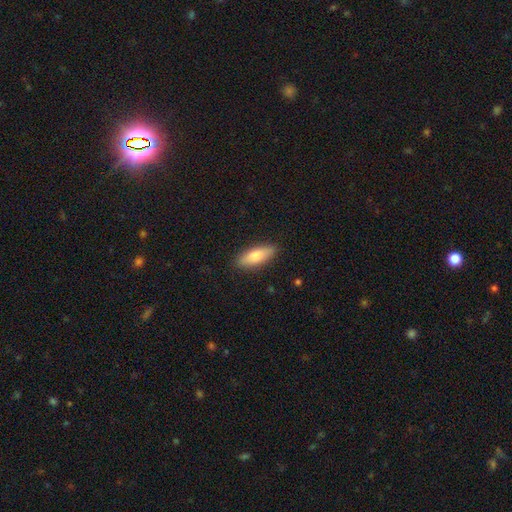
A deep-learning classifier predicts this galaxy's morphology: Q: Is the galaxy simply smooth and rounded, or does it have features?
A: smooth — 80%.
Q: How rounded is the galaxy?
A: in between — 65%.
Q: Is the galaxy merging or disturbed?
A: none — 87%.